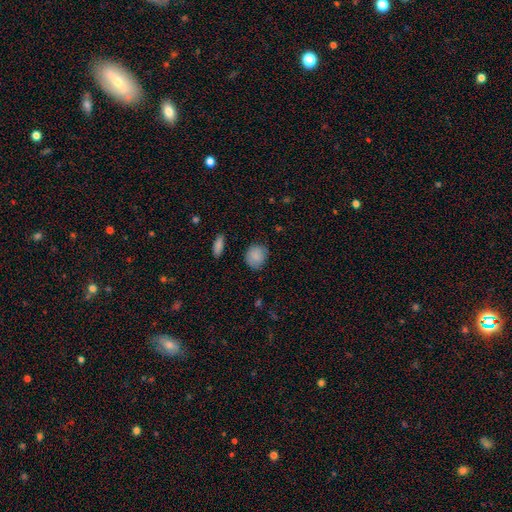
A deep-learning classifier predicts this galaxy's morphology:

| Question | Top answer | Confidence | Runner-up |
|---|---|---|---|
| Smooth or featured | smooth | 87% | star or artifact (8%) |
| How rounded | round | 73% | in between (26%) |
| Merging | none | 81% | minor disturbance (14%) |